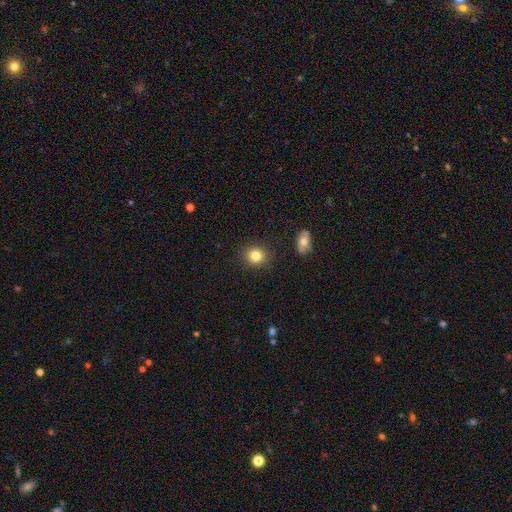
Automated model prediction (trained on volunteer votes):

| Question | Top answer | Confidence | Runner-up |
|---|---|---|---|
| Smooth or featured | smooth | 83% | star or artifact (10%) |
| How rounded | round | 82% | in between (17%) |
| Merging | none | 89% | minor disturbance (7%) |